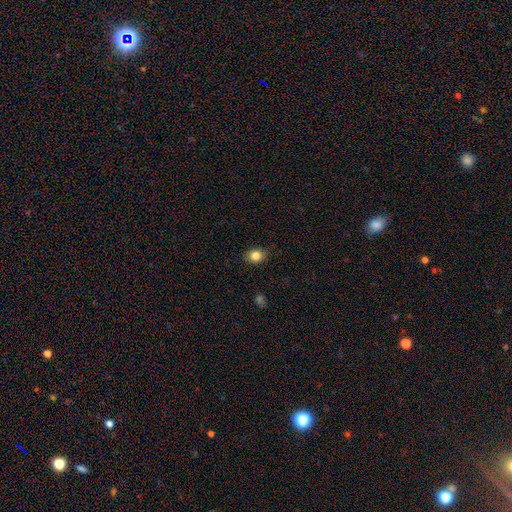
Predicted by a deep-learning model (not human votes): This is clearly a smooth galaxy (84%). How rounded: possibly in between (51%). Merging: clearly none (85%).